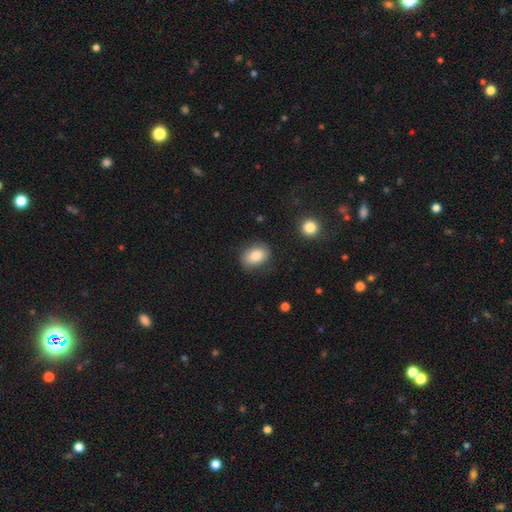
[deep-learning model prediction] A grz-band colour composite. It shows a smooth galaxy with no disk features (81%) that is in between round and cigar-shaped (75%). Merging: none (81%).